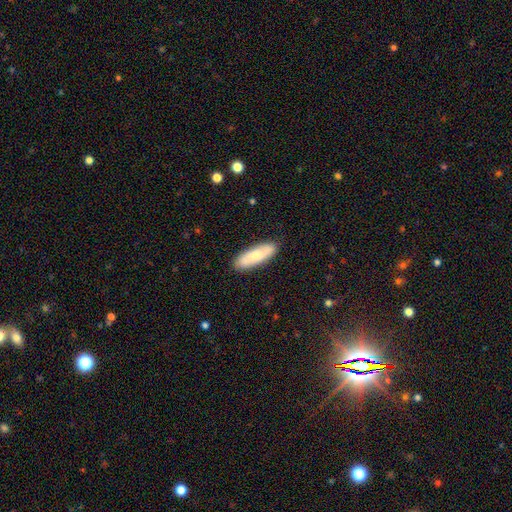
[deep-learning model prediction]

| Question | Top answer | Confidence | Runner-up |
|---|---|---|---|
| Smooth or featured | smooth | 64% | featured or disk (31%) |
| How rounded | in between | 61% | cigar-shaped (37%) |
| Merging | none | 86% | minor disturbance (10%) |